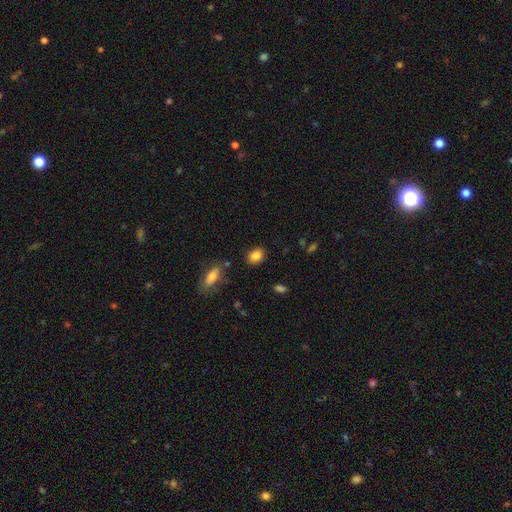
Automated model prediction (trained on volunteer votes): A smooth galaxy with no disk features (86%) that is in between round and cigar-shaped (62%).

Vote fractions:
- Smooth or featured? smooth: 86% / star or artifact: 9% / featured or disk: 6%
- How rounded? in between: 62% / round: 36% / cigar-shaped: 2%
- Merging? none: 85% / minor disturbance: 10% / major disturbance: 3% / merger: 3%